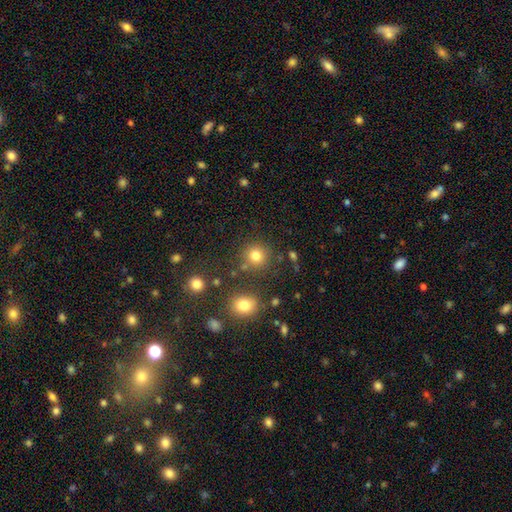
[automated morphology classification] type=smooth (79%); roundness=round (92%); merging=none (82%).